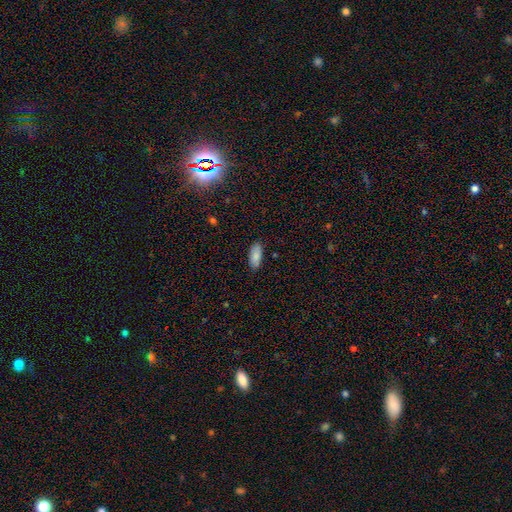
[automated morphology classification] smooth 86%, featured or disk 7%, star or artifact 7%. Down the decision tree: how rounded — in between (86%); merging — none (85%).